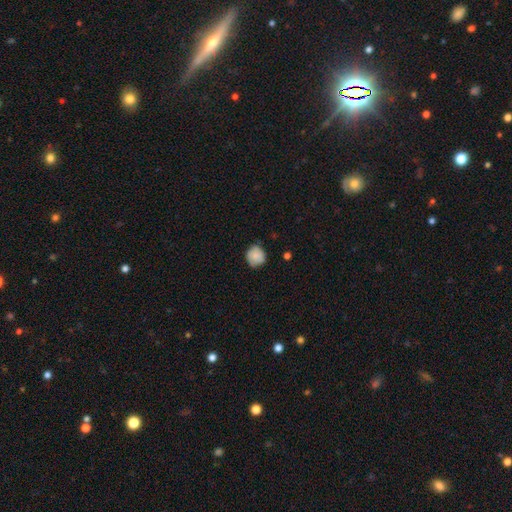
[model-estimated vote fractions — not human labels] Smooth or featured?
  - smooth: 77% *
  - featured or disk: 15%
  - star or artifact: 8%
How rounded?
  - round: 84% *
  - in between: 15%
  - cigar-shaped: 1%
Merging?
  - none: 67% *
  - minor disturbance: 27%
  - major disturbance: 4%
  - merger: 2%